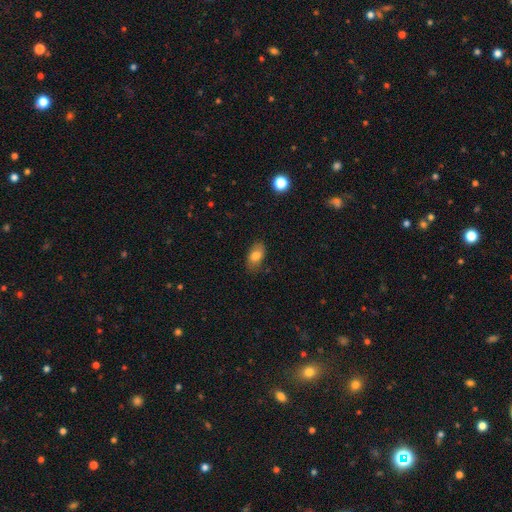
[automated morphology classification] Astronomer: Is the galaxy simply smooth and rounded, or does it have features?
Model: smooth — 80%.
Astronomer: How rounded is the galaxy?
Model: in between — 90%.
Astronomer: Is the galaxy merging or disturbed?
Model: none — 80%.